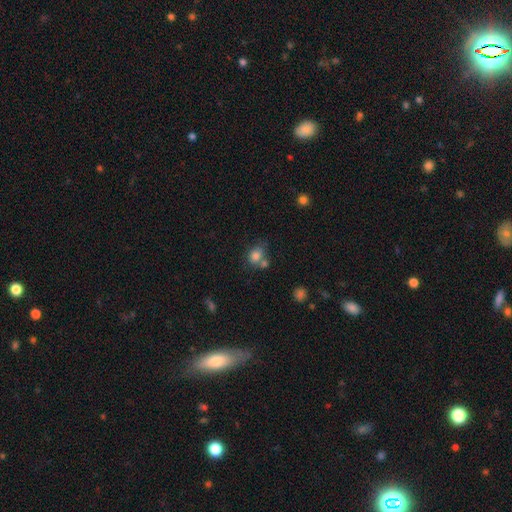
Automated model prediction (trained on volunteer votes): smooth_or_featured: smooth (p=0.79) [alt: star or artifact p=0.11]
how_rounded: round (p=0.55) [alt: in between p=0.44]
merging: none (p=0.44) [alt: merger p=0.34]